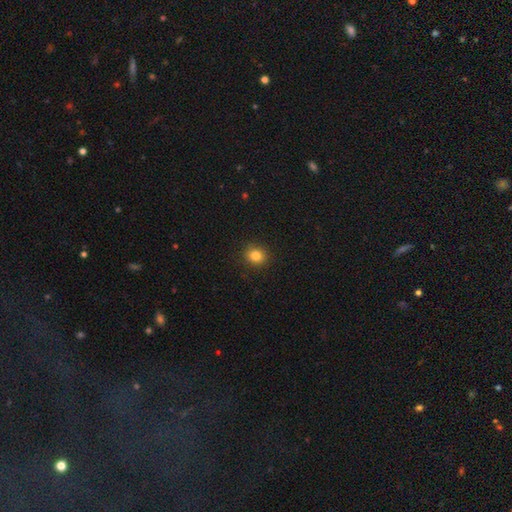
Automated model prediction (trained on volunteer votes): Overall: smooth (84%). How rounded: round (77%). Merging: none (91%).